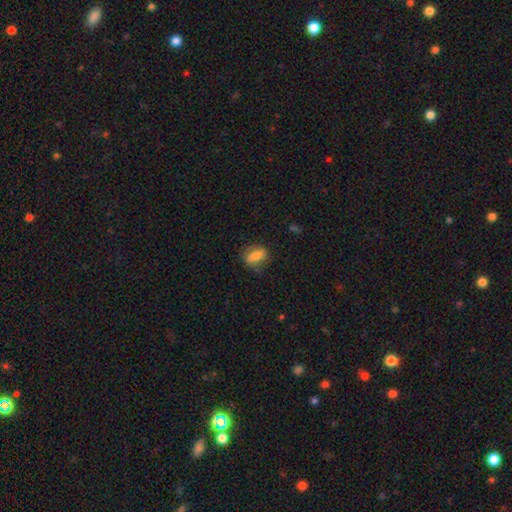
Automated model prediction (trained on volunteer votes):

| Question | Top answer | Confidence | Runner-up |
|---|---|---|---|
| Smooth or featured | smooth | 68% | featured or disk (23%) |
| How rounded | in between | 71% | round (19%) |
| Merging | none | 74% | minor disturbance (18%) |